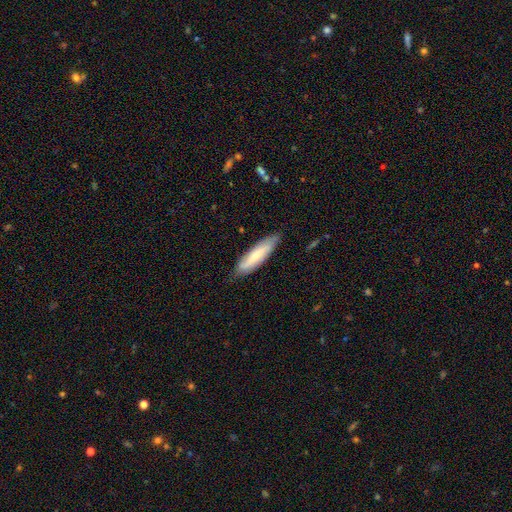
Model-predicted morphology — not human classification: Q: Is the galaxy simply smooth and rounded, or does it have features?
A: smooth — 57%.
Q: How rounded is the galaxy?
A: cigar-shaped — 68%.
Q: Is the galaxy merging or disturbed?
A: none — 80%.